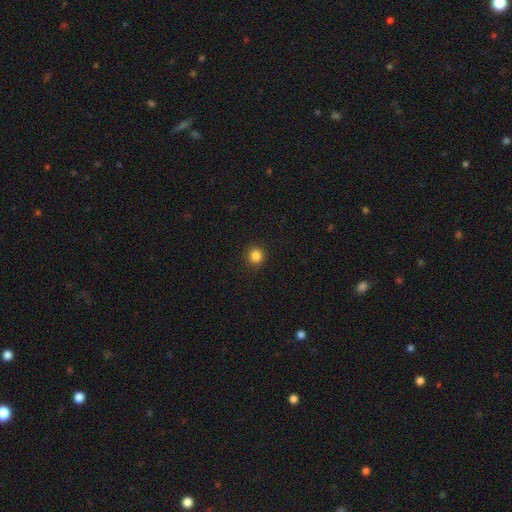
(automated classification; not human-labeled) This is clearly a smooth galaxy (85%). How rounded: clearly round (92%). Merging: clearly none (91%).